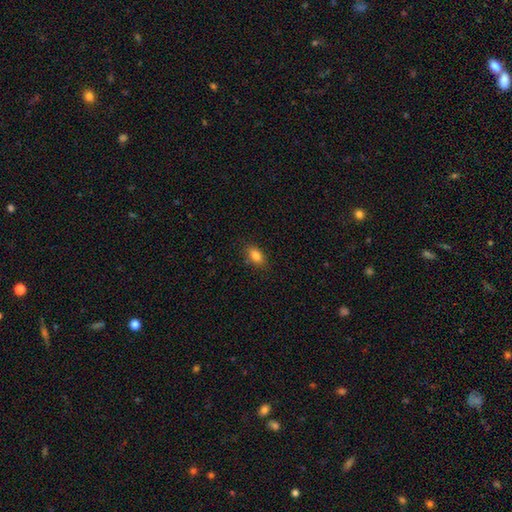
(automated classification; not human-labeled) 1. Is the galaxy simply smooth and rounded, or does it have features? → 83% smooth, 9% star or artifact, 7% featured or disk.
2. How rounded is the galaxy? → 87% in between, 9% round, 5% cigar-shaped.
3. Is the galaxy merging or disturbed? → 84% none, 12% minor disturbance, 3% major disturbance, 1% merger.